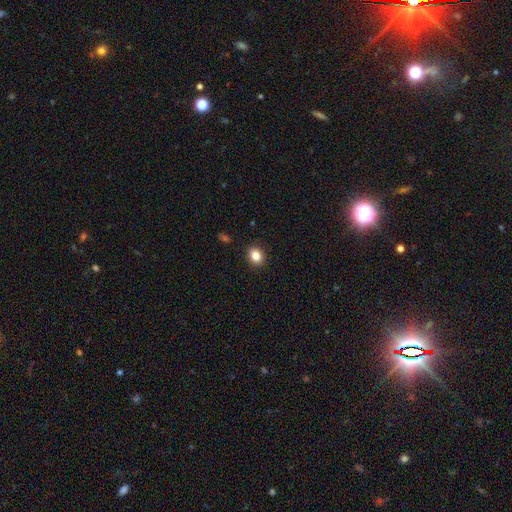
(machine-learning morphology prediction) Smooth or featured?
  - smooth: 85% *
  - star or artifact: 10%
  - featured or disk: 5%
How rounded?
  - round: 54% *
  - in between: 45%
  - cigar-shaped: 1%
Merging?
  - none: 90% *
  - minor disturbance: 7%
  - major disturbance: 2%
  - merger: 1%